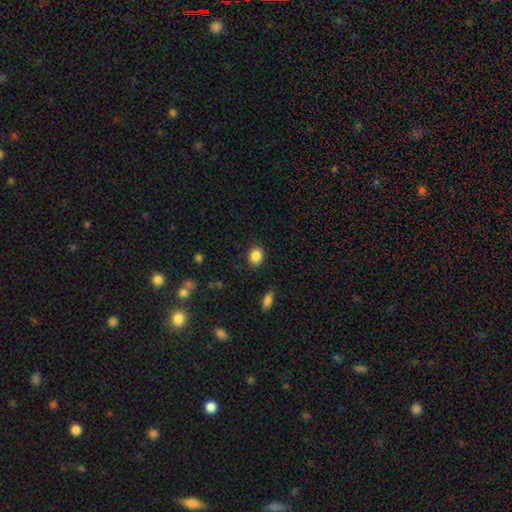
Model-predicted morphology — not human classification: Smooth or featured? Predicted: smooth (p=0.87). How rounded? Predicted: round (p=0.55). Merging? Predicted: none (p=0.87).